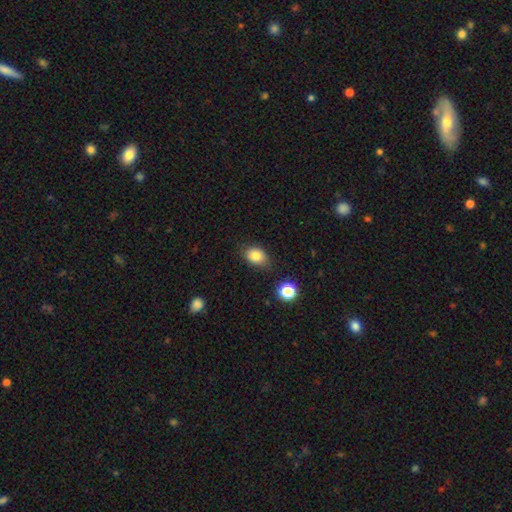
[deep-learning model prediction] Smooth or featured?
  - smooth: 82% *
  - star or artifact: 11%
  - featured or disk: 8%
How rounded?
  - in between: 72% *
  - round: 27%
  - cigar-shaped: 1%
Merging?
  - none: 78% *
  - minor disturbance: 16%
  - major disturbance: 3%
  - merger: 3%